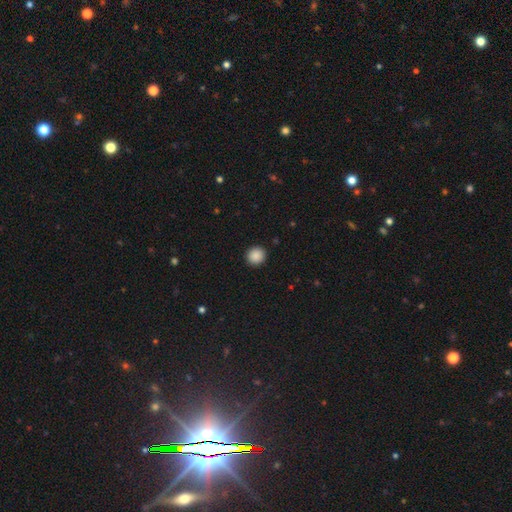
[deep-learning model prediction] smooth 88%, star or artifact 9%, featured or disk 3%. Down the decision tree: how rounded — round (90%); merging — none (92%).